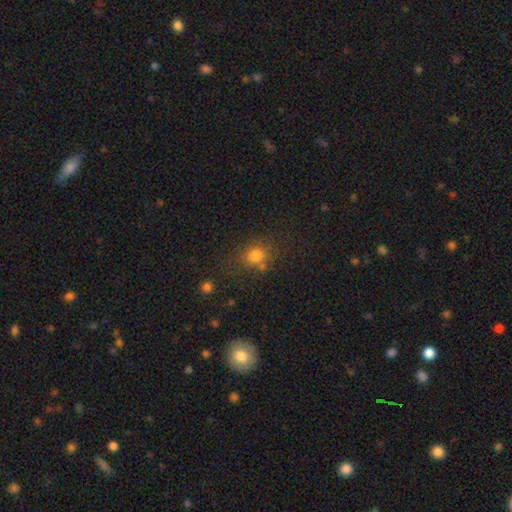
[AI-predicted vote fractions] Smooth or featured? Predicted: smooth (p=0.77). How rounded? Predicted: round (p=0.70). Merging? Predicted: none (p=0.66).